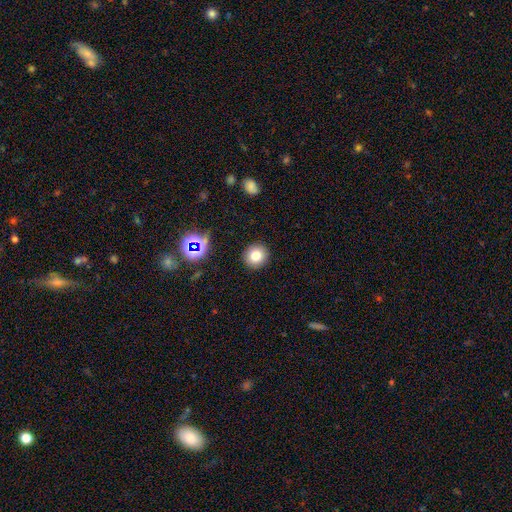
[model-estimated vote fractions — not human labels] A smooth galaxy with no disk features (78%) that is round (90%).

Vote fractions:
- Smooth or featured? smooth: 78% / star or artifact: 14% / featured or disk: 7%
- How rounded? round: 90% / in between: 9% / cigar-shaped: 1%
- Merging? none: 90% / minor disturbance: 6% / major disturbance: 2% / merger: 1%